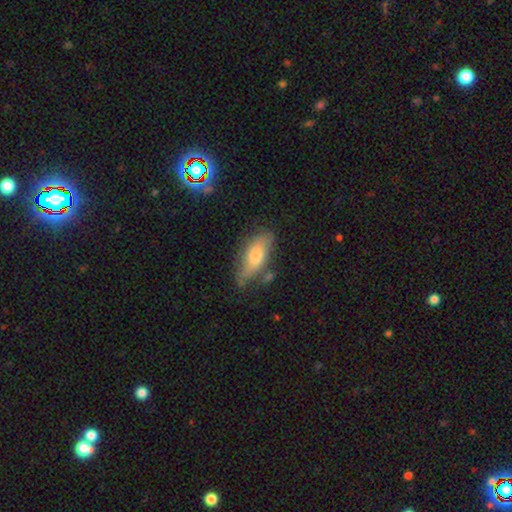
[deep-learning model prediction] Smooth or featured: smooth — 63% (featured or disk — 30%)
How rounded: in between — 72% (cigar-shaped — 25%)
Merging: none — 63% (minor disturbance — 25%)